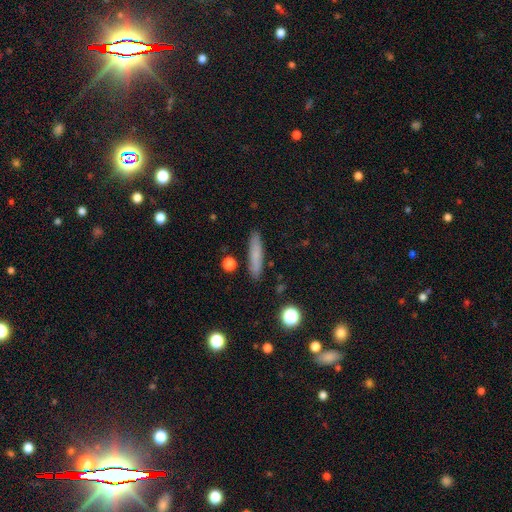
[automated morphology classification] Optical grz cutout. It shows a smooth galaxy with no disk features (75%) that is cigar-shaped (86%). Merging: none (88%).